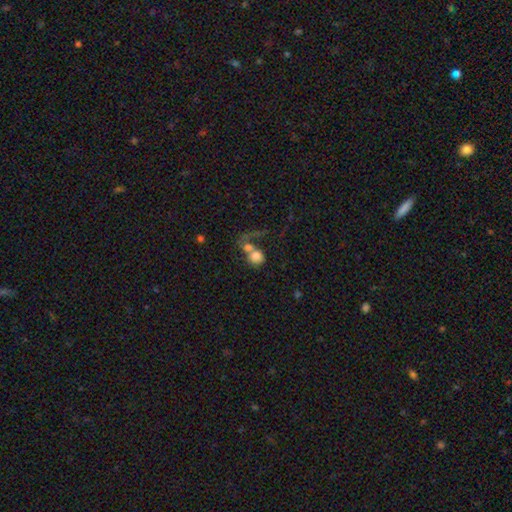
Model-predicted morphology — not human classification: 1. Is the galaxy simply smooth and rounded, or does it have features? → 69% smooth, 22% featured or disk, 10% star or artifact.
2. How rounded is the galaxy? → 72% round, 26% in between, 1% cigar-shaped.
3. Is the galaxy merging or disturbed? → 57% merger, 20% none, 16% major disturbance, 7% minor disturbance.